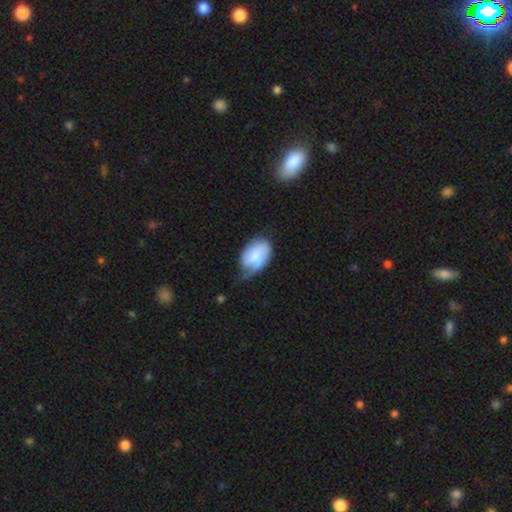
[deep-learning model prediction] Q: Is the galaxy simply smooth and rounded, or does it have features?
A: smooth — 62%.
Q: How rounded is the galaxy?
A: in between — 87%.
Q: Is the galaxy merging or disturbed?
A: minor disturbance — 43%.